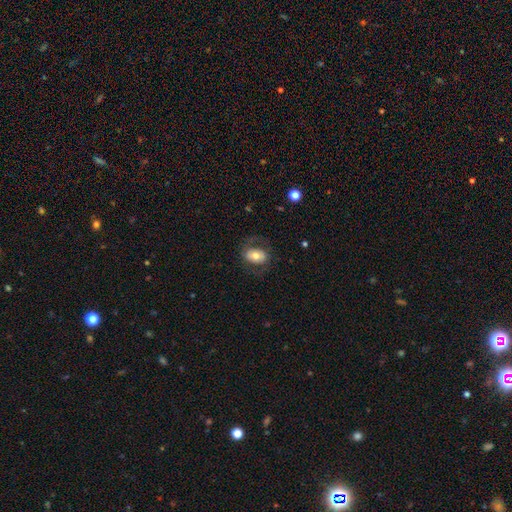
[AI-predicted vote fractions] This appears to be a smooth galaxy with no disk features (55%) that is in between round and cigar-shaped (79%). Merging: none (70%).